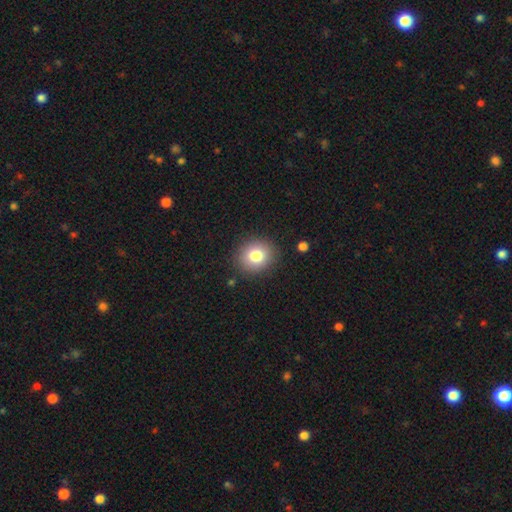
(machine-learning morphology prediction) Overall: smooth (80%). How rounded: round (81%). Merging: none (88%).